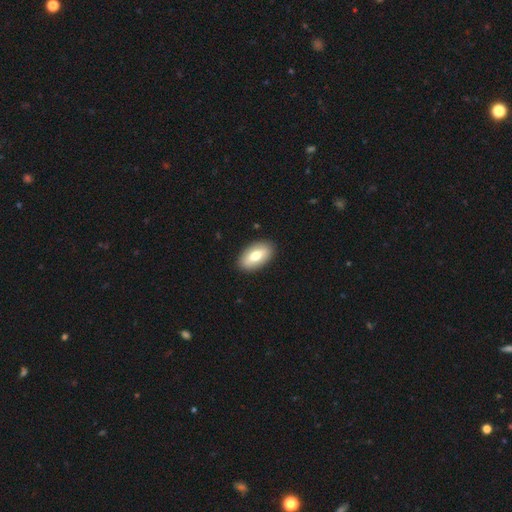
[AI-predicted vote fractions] Smooth or featured?
  - smooth: 68% *
  - featured or disk: 26%
  - star or artifact: 6%
How rounded?
  - in between: 92% *
  - round: 4%
  - cigar-shaped: 4%
Merging?
  - none: 89% *
  - minor disturbance: 8%
  - major disturbance: 2%
  - merger: 1%